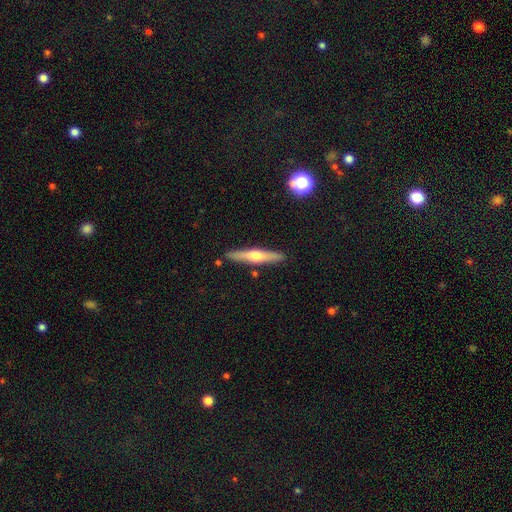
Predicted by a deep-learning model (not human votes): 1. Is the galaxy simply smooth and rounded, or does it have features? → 58% featured or disk, 36% smooth, 5% star or artifact.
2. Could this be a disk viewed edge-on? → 96% yes, 4% no.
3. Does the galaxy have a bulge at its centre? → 90% rounded, 5% none, 4% boxy.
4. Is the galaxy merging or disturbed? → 88% none, 8% minor disturbance, 2% merger, 2% major disturbance.